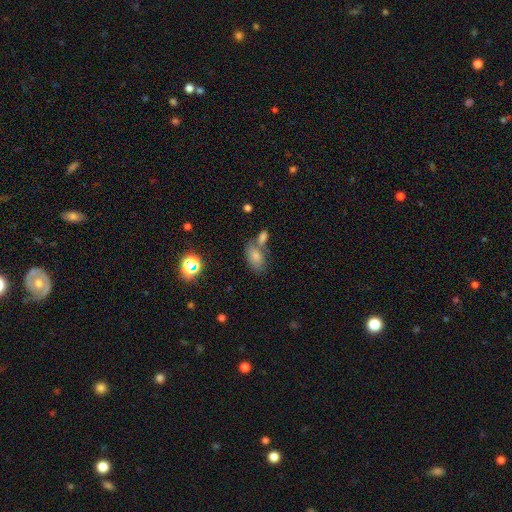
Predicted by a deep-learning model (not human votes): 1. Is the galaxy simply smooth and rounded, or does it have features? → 76% smooth, 13% featured or disk, 12% star or artifact.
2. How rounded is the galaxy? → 89% in between, 9% round, 2% cigar-shaped.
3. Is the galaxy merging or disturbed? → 50% none, 31% merger, 14% minor disturbance, 5% major disturbance.